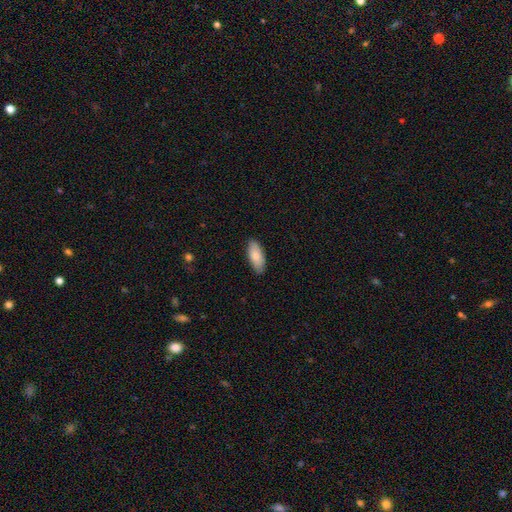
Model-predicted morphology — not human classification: A smooth galaxy with no disk features (81%) that is in between round and cigar-shaped (84%). Merging: none (86%).